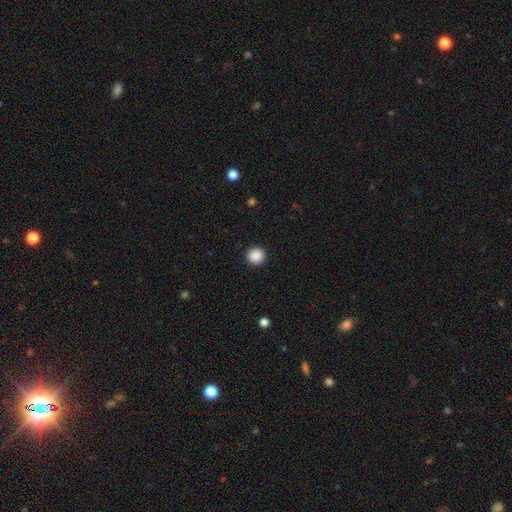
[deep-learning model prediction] A smooth galaxy with no disk features (89%) that is round (95%).

Vote fractions:
- Smooth or featured? smooth: 89% / star or artifact: 9% / featured or disk: 2%
- How rounded? round: 95% / in between: 4% / cigar-shaped: 1%
- Merging? none: 93% / minor disturbance: 4% / major disturbance: 2% / merger: 1%